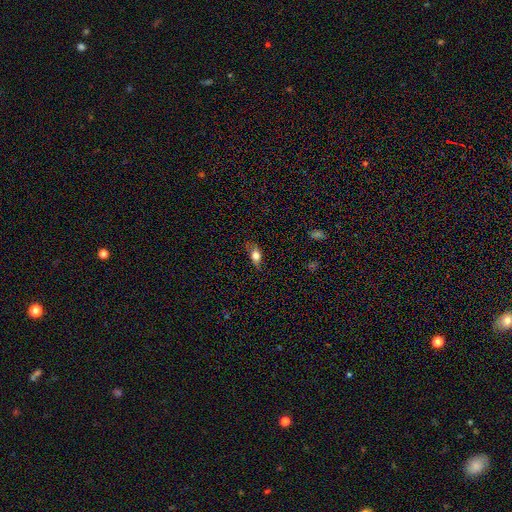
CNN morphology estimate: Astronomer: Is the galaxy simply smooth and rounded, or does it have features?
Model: smooth — 74%.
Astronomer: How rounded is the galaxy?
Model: in between — 76%.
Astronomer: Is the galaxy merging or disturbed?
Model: none — 69%.